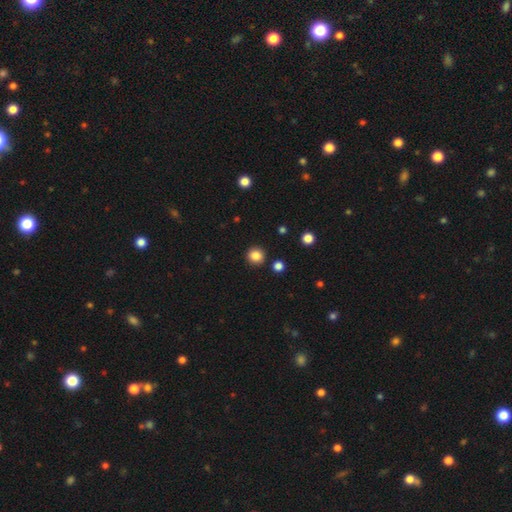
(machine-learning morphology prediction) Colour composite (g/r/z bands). It shows a smooth galaxy with no disk features (85%) that is round (92%). Merging: none (91%).